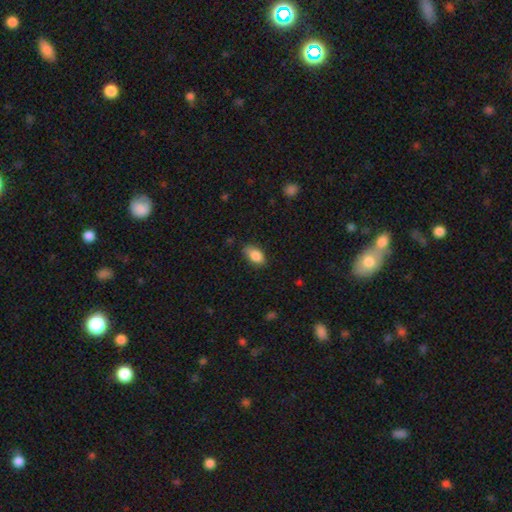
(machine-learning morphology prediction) Smooth or featured? smooth (87%)
How rounded? in between (91%)
Merging? none (75%)